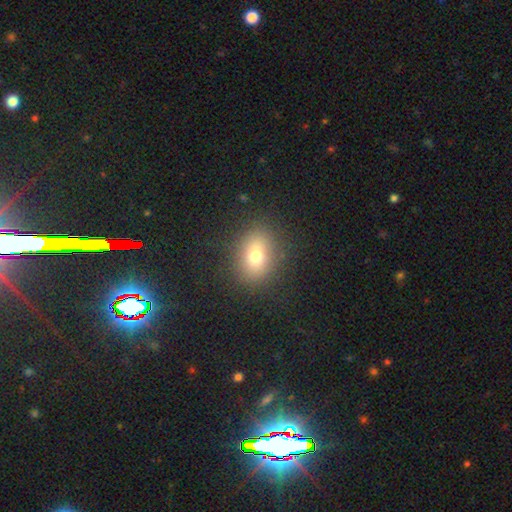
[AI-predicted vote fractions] Q: Smooth or featured?
A: smooth (73%); runner-up: star or artifact (14%)
Q: How rounded?
A: in between (58%); runner-up: round (40%)
Q: Merging?
A: none (85%); runner-up: minor disturbance (9%)